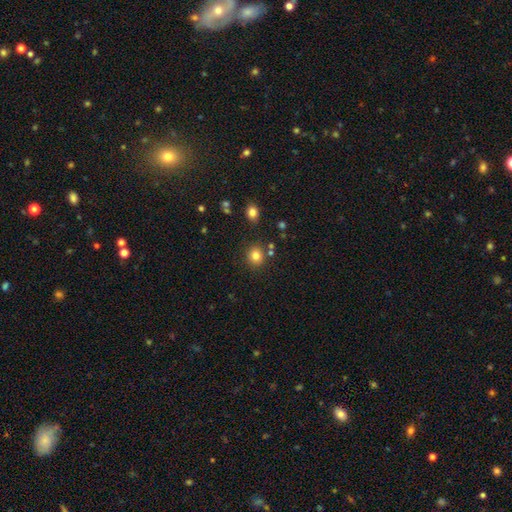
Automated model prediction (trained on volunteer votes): Smooth or featured? smooth (81%)
How rounded? round (84%)
Merging? none (82%)